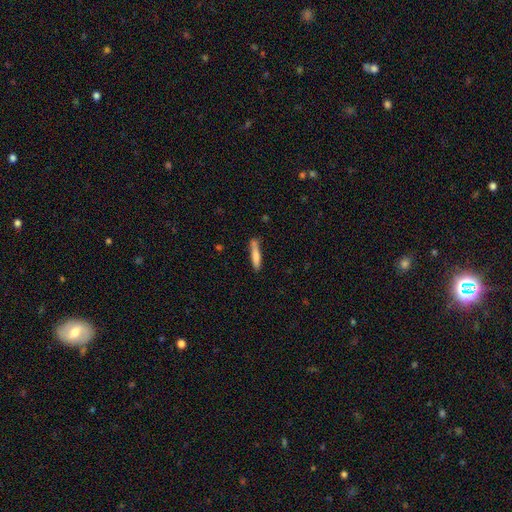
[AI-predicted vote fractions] A smooth galaxy with no disk features (77%) that is cigar-shaped (88%). Merging: none (71%).